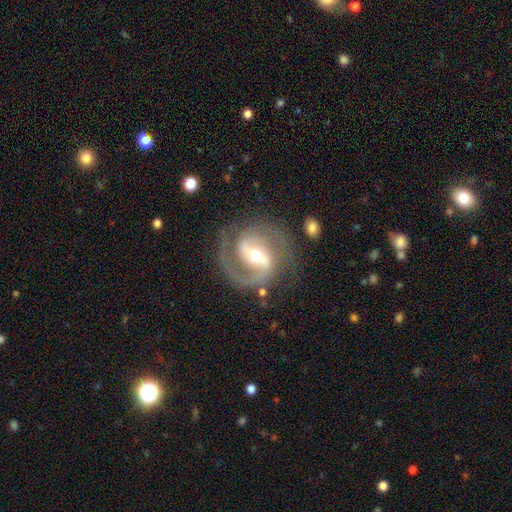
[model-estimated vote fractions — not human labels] Smooth or featured? Predicted: featured or disk (p=0.91). Edge-on disk? Predicted: no (p=0.98). Bar? Predicted: strong (p=0.46). Spiral arms? Predicted: yes (p=0.98). Spiral winding? Predicted: medium (p=0.57). Spiral arm count? Predicted: 2 (p=0.88). Bulge size? Predicted: moderate (p=0.62). Merging? Predicted: none (p=0.76).